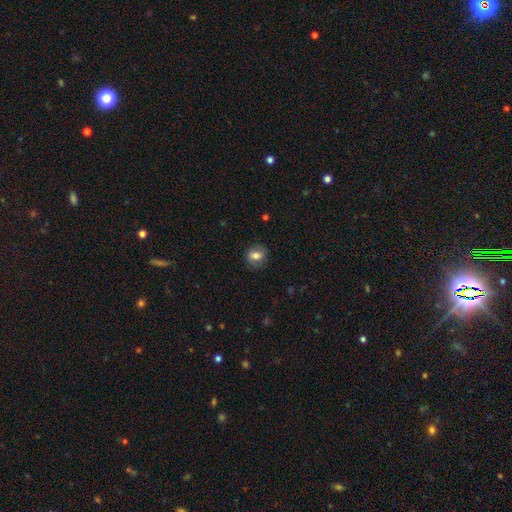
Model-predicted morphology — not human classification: A smooth galaxy with no disk features (72%) that is round (62%).

Vote fractions:
- Smooth or featured? smooth: 72% / featured or disk: 18% / star or artifact: 10%
- How rounded? round: 62% / in between: 37% / cigar-shaped: 1%
- Merging? none: 79% / minor disturbance: 15% / major disturbance: 5% / merger: 1%